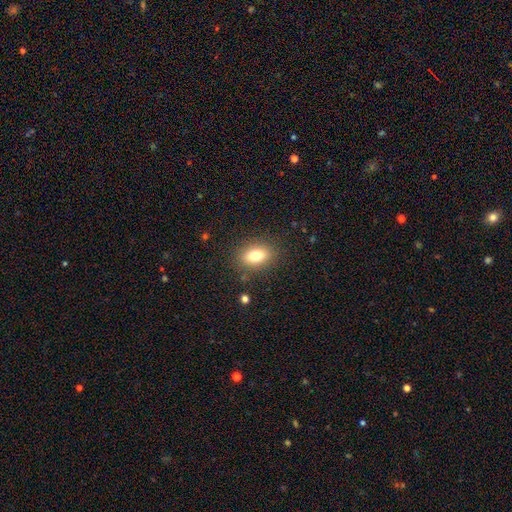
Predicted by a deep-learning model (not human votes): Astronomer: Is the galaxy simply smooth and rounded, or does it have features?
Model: smooth — 77%.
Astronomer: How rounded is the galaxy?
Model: in between — 78%.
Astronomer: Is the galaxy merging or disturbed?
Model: none — 85%.